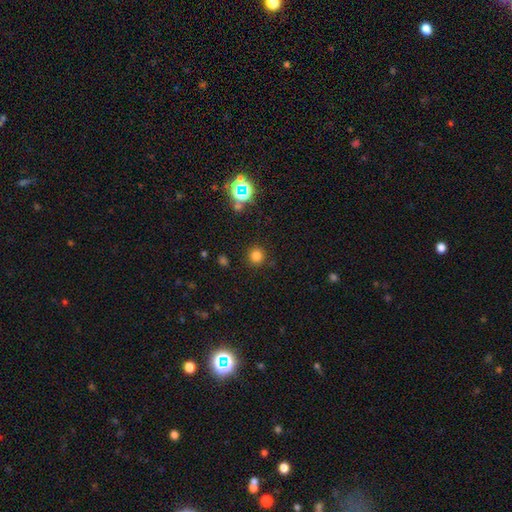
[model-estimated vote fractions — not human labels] A smooth galaxy with no disk features (76%) that is round (93%). Merging: none (89%).